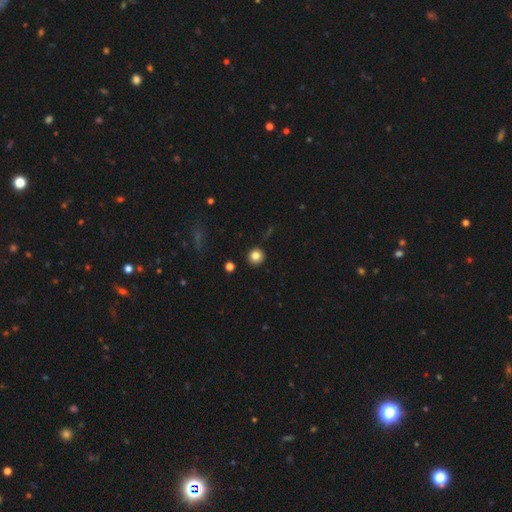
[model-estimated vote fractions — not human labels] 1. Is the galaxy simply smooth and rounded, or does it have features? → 82% smooth, 11% star or artifact, 6% featured or disk.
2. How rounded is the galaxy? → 94% round, 5% in between, 1% cigar-shaped.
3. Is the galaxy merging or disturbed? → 91% none, 6% minor disturbance, 2% merger, 2% major disturbance.